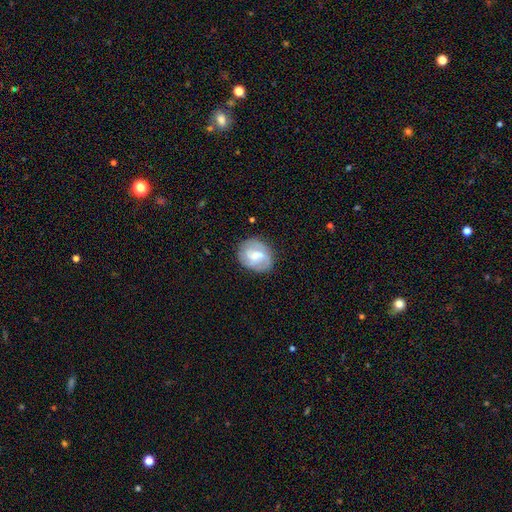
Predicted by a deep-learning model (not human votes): A featured or disk galaxy (56%) with a weak bar (47%), spiral arms (79%) and a moderate central bulge (42%). Merging: none (72%).